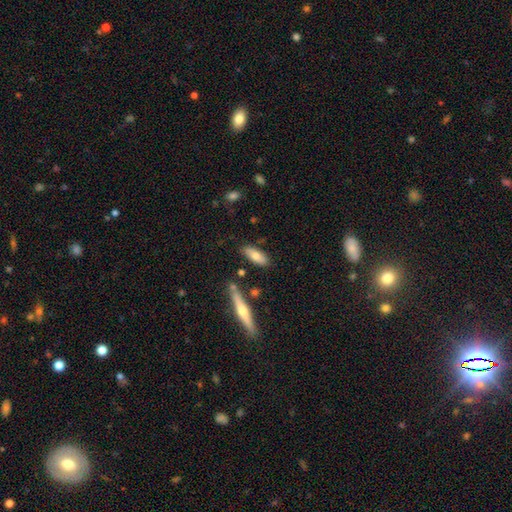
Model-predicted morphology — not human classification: Smooth or featured? smooth (68%)
How rounded? in between (65%)
Merging? none (79%)